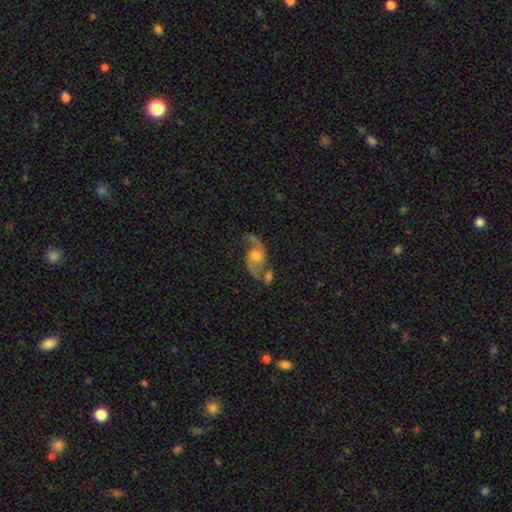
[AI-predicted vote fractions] featured or disk 84%, smooth 9%, star or artifact 7%. Down the decision tree: edge-on disk — no (96%); bar — no (64%); spiral arms — yes (95%); spiral arm count — 2 (91%); spiral winding — loose (63%); bulge size — moderate (64%); merging — none (56%).